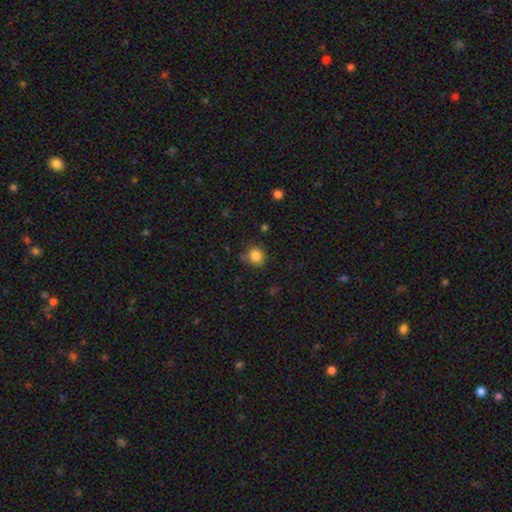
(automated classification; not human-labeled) Q: Smooth or featured?
A: smooth (84%); runner-up: star or artifact (11%)
Q: How rounded?
A: round (84%); runner-up: in between (15%)
Q: Merging?
A: none (74%); runner-up: minor disturbance (19%)